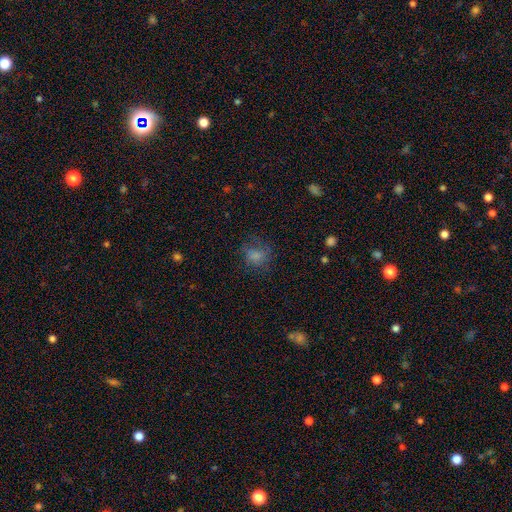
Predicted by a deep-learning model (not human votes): This appears to be a smooth galaxy with no disk features (69%) that is round (65%). Merging: none (59%).